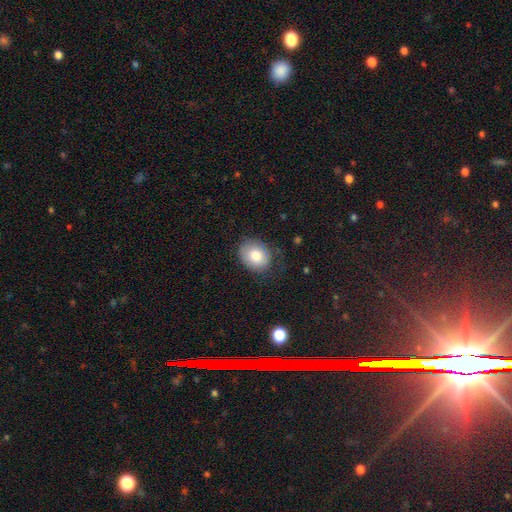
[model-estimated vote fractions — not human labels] A smooth galaxy with no disk features (80%) that is in between round and cigar-shaped (54%).

Vote fractions:
- Smooth or featured? smooth: 80% / featured or disk: 12% / star or artifact: 8%
- How rounded? in between: 54% / round: 45% / cigar-shaped: 1%
- Merging? none: 71% / minor disturbance: 21% / major disturbance: 7% / merger: 1%